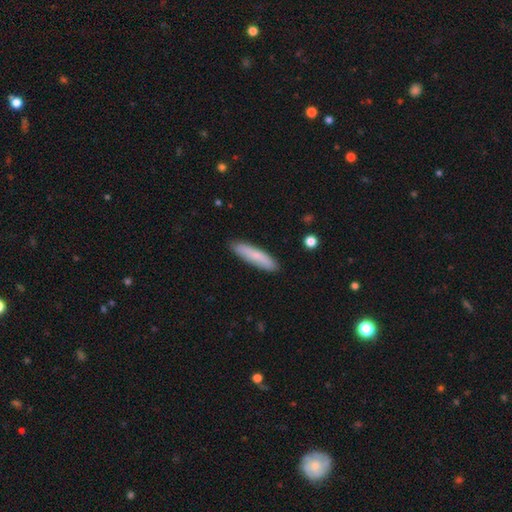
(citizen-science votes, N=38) Morphology: type=smooth (71%); roundness=cigar-shaped (74%); merging=none (91%).